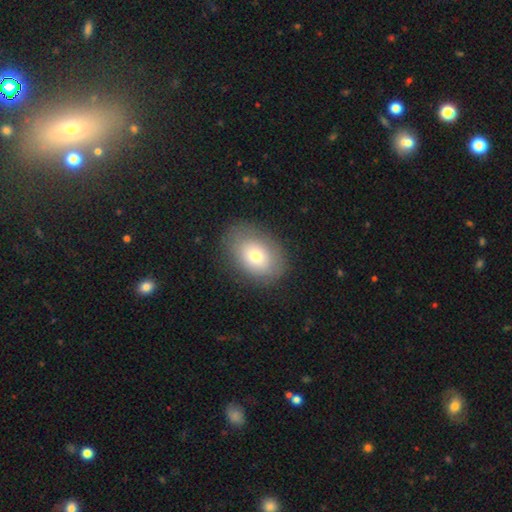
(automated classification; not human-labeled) smooth 74%, featured or disk 17%, star or artifact 9%. Down the decision tree: how rounded — in between (75%); merging — none (82%).